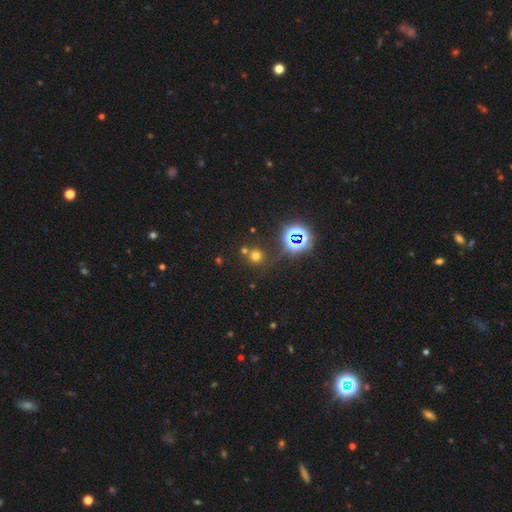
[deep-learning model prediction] A smooth galaxy with no disk features (56%) that is round (91%).

Vote fractions:
- Smooth or featured? smooth: 56% / star or artifact: 34% / featured or disk: 9%
- How rounded? round: 91% / in between: 8% / cigar-shaped: 1%
- Merging? none: 66% / merger: 21% / minor disturbance: 9% / major disturbance: 4%